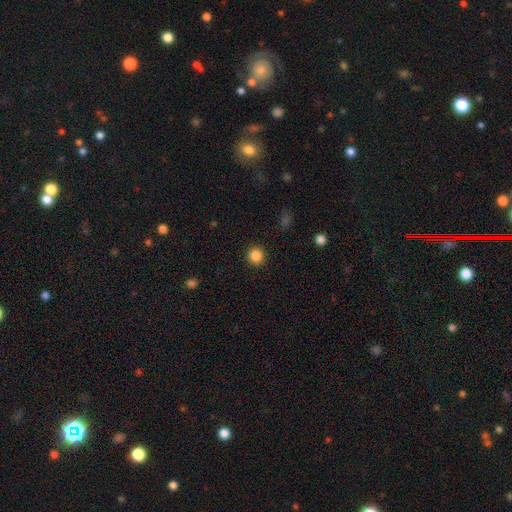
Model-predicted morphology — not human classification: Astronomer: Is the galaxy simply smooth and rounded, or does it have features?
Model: smooth — 86%.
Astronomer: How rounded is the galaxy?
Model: round — 94%.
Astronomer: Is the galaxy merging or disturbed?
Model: none — 92%.